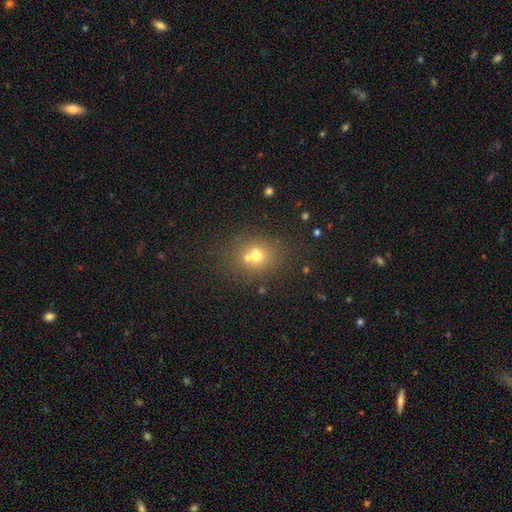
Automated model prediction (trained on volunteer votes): smooth_or_featured: smooth (p=0.65) [alt: featured or disk p=0.18]
how_rounded: round (p=0.69) [alt: in between p=0.30]
merging: none (p=0.52) [alt: merger p=0.34]